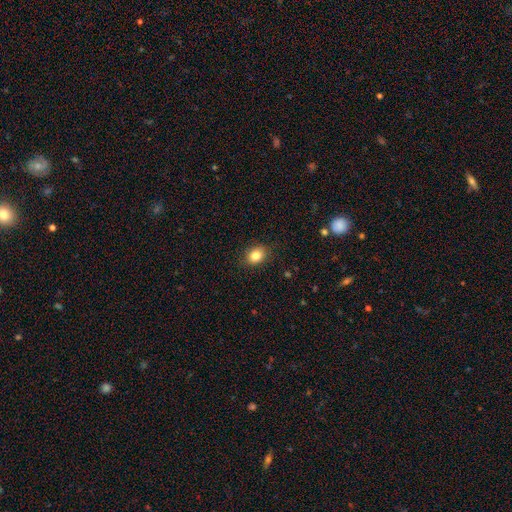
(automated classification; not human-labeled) A smooth galaxy with no disk features (84%) that is in between round and cigar-shaped (56%).

Vote fractions:
- Smooth or featured? smooth: 84% / star or artifact: 10% / featured or disk: 6%
- How rounded? in between: 56% / round: 43% / cigar-shaped: 1%
- Merging? none: 87% / minor disturbance: 10% / major disturbance: 3% / merger: 1%